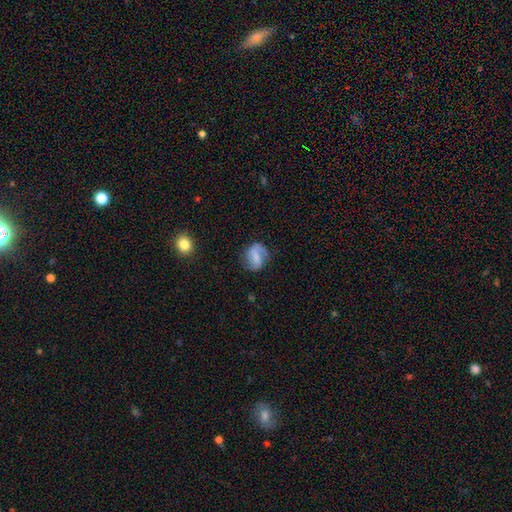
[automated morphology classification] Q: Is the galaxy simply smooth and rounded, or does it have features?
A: featured or disk — 52%.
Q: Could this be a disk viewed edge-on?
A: no — 97%.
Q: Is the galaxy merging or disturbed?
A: none — 68%.